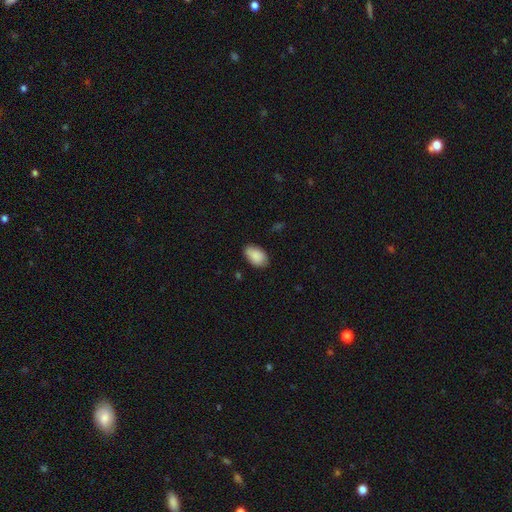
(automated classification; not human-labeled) smooth-or-featured: smooth: 88% | star or artifact: 6% | featured or disk: 5%
  how-rounded: in between: 92% | round: 7% | cigar-shaped: 1%
  merging: none: 78% | minor disturbance: 18% | major disturbance: 3% | merger: 1%